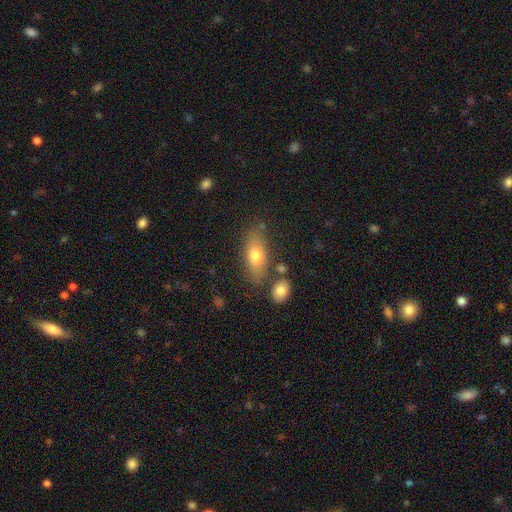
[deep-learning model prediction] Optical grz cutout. It shows a smooth galaxy with no disk features (71%) that is in between round and cigar-shaped (77%). Merging: none (74%).